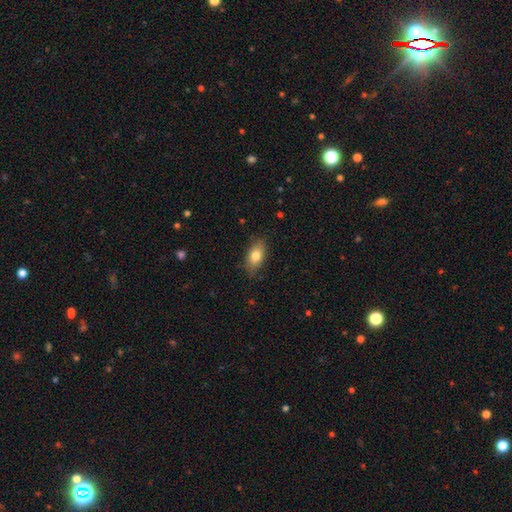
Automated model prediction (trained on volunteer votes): smooth-or-featured: smooth: 80% | featured or disk: 12% | star or artifact: 8%
  how-rounded: in between: 88% | round: 7% | cigar-shaped: 5%
  merging: none: 82% | minor disturbance: 14% | major disturbance: 3% | merger: 1%